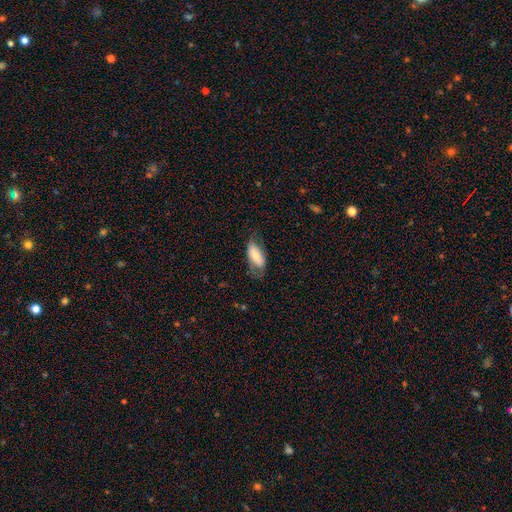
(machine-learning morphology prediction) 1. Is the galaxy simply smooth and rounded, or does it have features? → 67% smooth, 26% featured or disk, 7% star or artifact.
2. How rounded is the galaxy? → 87% in between, 10% cigar-shaped, 3% round.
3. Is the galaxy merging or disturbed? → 56% none, 28% minor disturbance, 15% major disturbance, 2% merger.